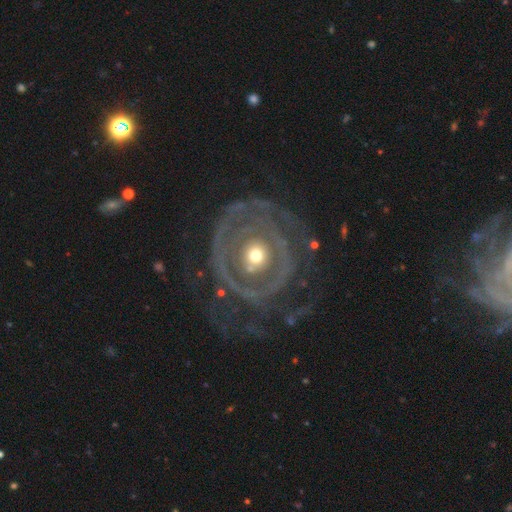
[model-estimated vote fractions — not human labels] The model was most divided on "spiral arms": yes: 57%, no: 43%. More confident: edge-on disk — no (97%); bar — no (86%); smooth or featured — featured or disk (78%); merging — none (56%); bulge size — moderate (53%).